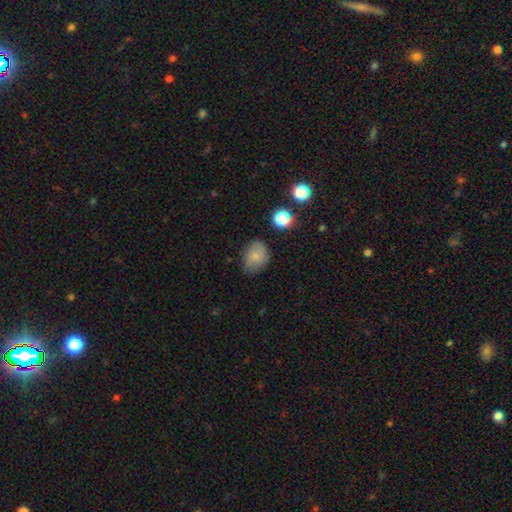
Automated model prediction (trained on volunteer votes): smooth-or-featured: smooth: 75% | featured or disk: 14% | star or artifact: 10%
  how-rounded: in between: 62% | round: 37% | cigar-shaped: 1%
  merging: none: 71% | minor disturbance: 22% | major disturbance: 5% | merger: 2%